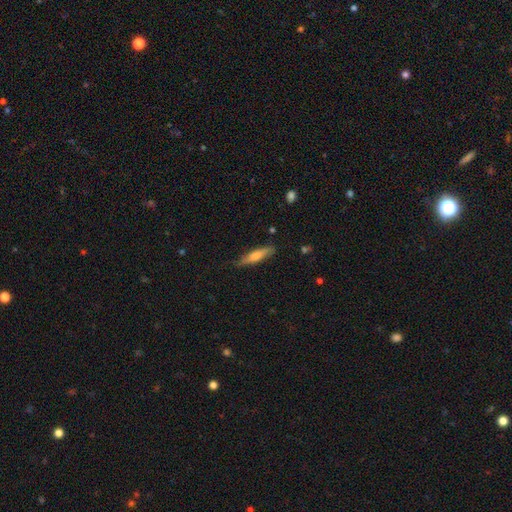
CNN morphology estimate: smooth-or-featured: smooth: 58% | featured or disk: 36% | star or artifact: 6%
  how-rounded: cigar-shaped: 80% | in between: 18% | round: 2%
  merging: none: 80% | minor disturbance: 16% | major disturbance: 3% | merger: 1%